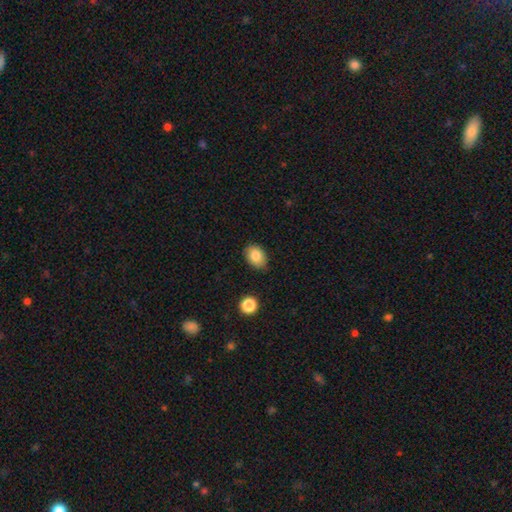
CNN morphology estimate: Overall: smooth (84%). How rounded: in between (75%). Merging: none (82%).